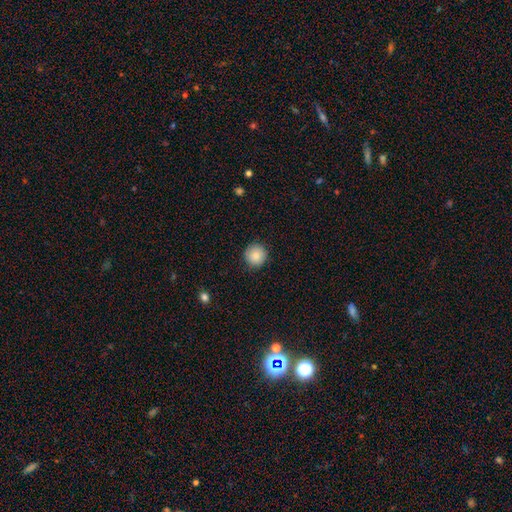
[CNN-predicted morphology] smooth 86%, star or artifact 8%, featured or disk 5%. Down the decision tree: how rounded — round (94%); merging — none (89%).